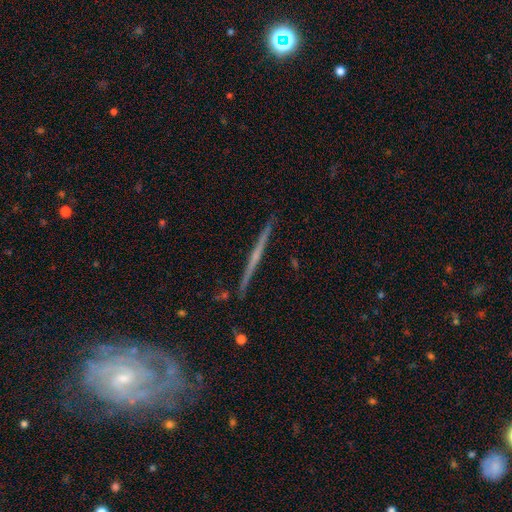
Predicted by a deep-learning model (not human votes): Q: Smooth or featured?
A: featured or disk (74%); runner-up: smooth (20%)
Q: Edge-on disk?
A: yes (97%); runner-up: no (3%)
Q: Edge-on bulge?
A: none (64%); runner-up: rounded (28%)
Q: Merging?
A: none (90%); runner-up: minor disturbance (7%)